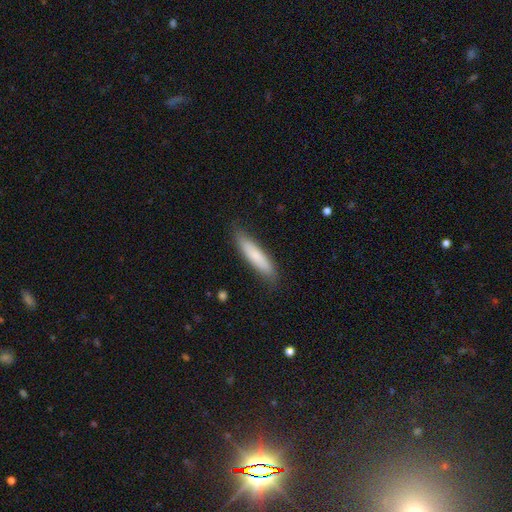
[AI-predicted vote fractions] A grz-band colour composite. It shows a smooth galaxy with no disk features (78%) that is cigar-shaped (81%). Merging: none (84%).